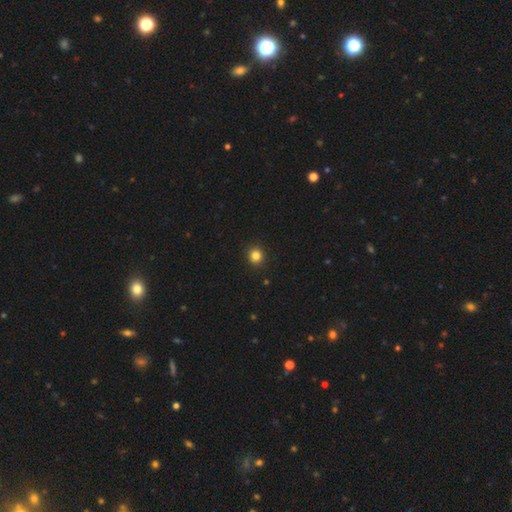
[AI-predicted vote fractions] Smooth or featured?
  - smooth: 84% *
  - star or artifact: 12%
  - featured or disk: 4%
How rounded?
  - round: 89% *
  - in between: 11%
  - cigar-shaped: 1%
Merging?
  - none: 93% *
  - minor disturbance: 5%
  - major disturbance: 2%
  - merger: 1%